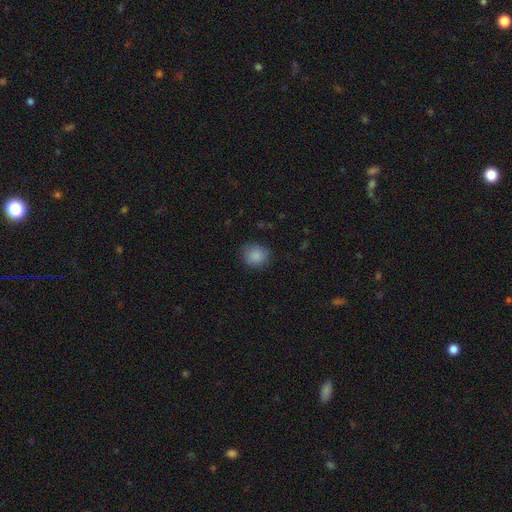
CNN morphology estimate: Overall: smooth (87%). How rounded: round (80%). Merging: none (82%).